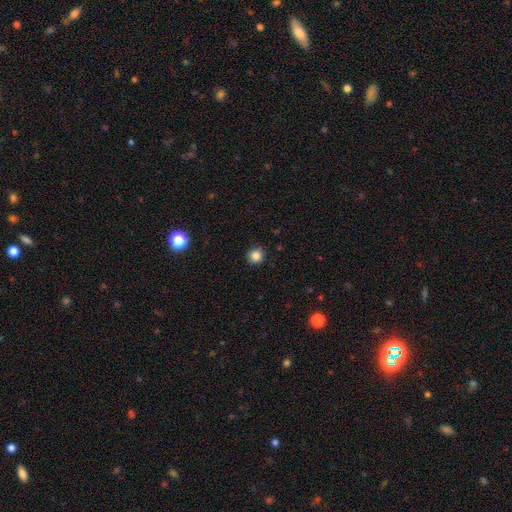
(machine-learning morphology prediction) Overall: smooth (85%). How rounded: round (94%). Merging: none (91%).